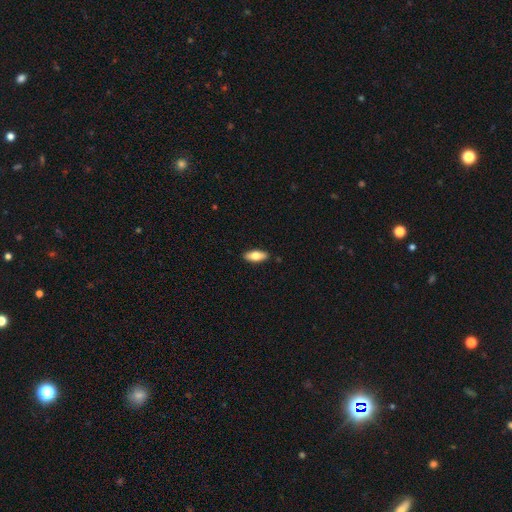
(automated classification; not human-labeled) Smooth or featured? Predicted: smooth (p=0.76). How rounded? Predicted: in between (p=0.80). Merging? Predicted: none (p=0.89).